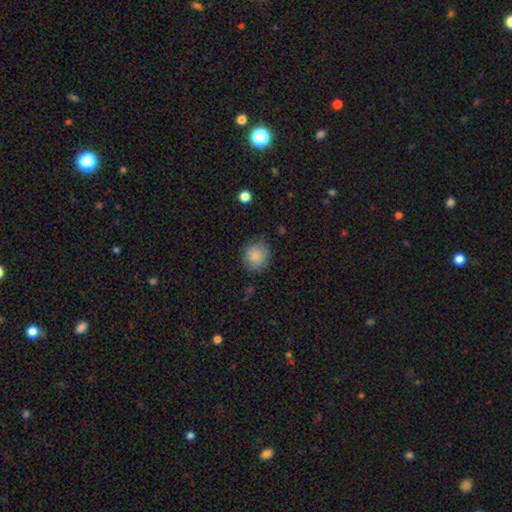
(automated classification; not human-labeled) The model was most divided on "merging": none: 79%, minor disturbance: 16%, major disturbance: 4%, merger: 1%. More confident: smooth or featured — smooth (86%); how rounded — round (84%).